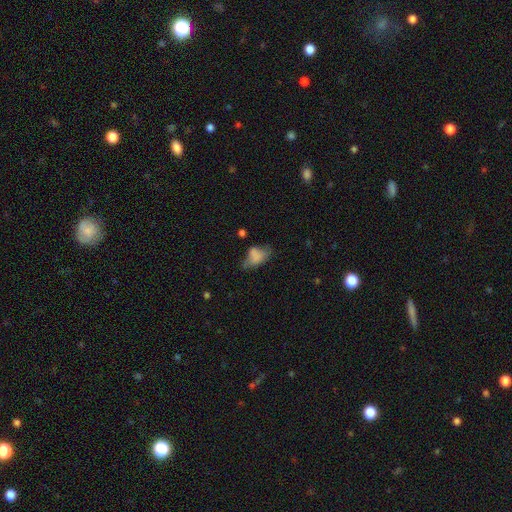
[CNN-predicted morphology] Smooth or featured: smooth — 67% (featured or disk — 22%)
How rounded: in between — 87% (round — 9%)
Merging: minor disturbance — 32% (none — 30%)